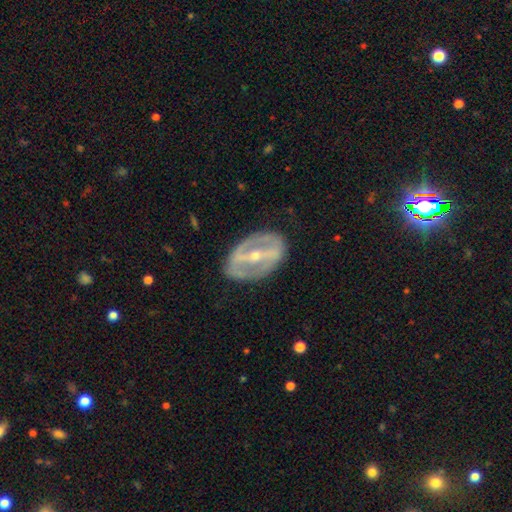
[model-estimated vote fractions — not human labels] featured or disk 84%, smooth 11%, star or artifact 6%. Down the decision tree: edge-on disk — no (90%); bar — strong (76%); spiral arms — no (51%); bulge size — small (61%); merging — none (81%).